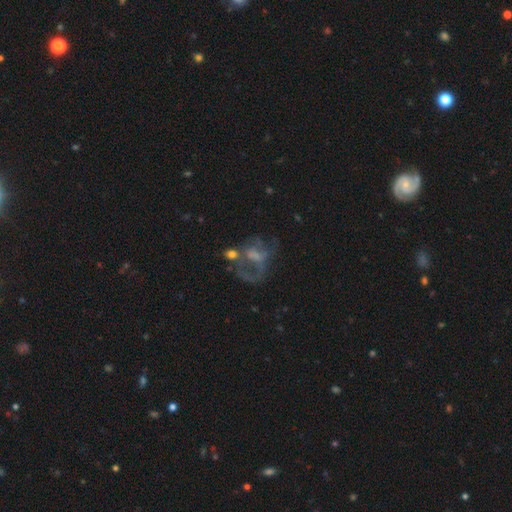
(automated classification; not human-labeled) Overall: featured or disk (53%; smooth 30%). Edge-on disk: no (97%). Bar: no (71%). Spiral arms: no (69%; yes 31%). Bulge size: none (50%; moderate 21%). Merging: major disturbance (46%; none 24%).